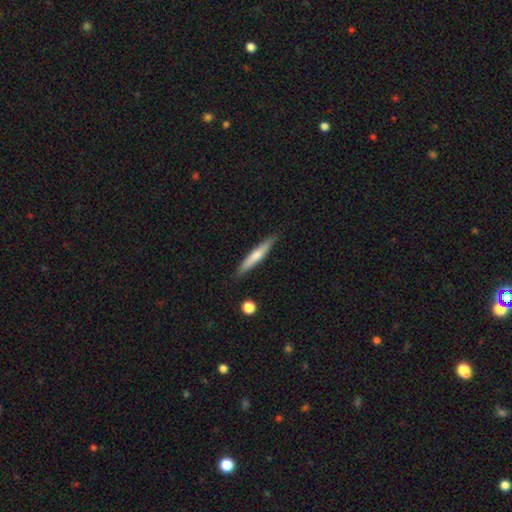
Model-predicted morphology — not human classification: This is possibly a smooth galaxy (59%). How rounded: clearly cigar-shaped (93%). Merging: clearly none (87%).